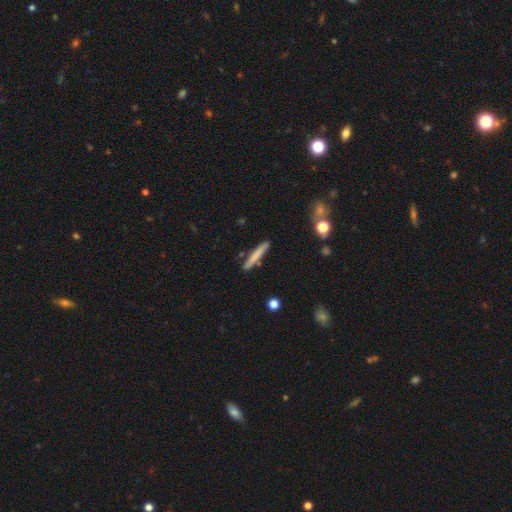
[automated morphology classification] Smooth or featured?
  - smooth: 73% *
  - featured or disk: 21%
  - star or artifact: 6%
How rounded?
  - cigar-shaped: 94% *
  - in between: 4%
  - round: 1%
Merging?
  - none: 86% *
  - minor disturbance: 9%
  - merger: 3%
  - major disturbance: 2%